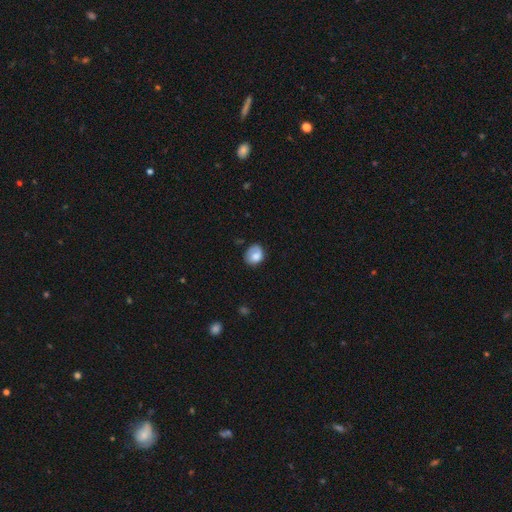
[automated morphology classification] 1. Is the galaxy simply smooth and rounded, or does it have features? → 77% smooth, 15% featured or disk, 8% star or artifact.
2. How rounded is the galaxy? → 51% round, 48% in between, 1% cigar-shaped.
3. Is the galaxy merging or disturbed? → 57% none, 29% minor disturbance, 11% major disturbance, 2% merger.